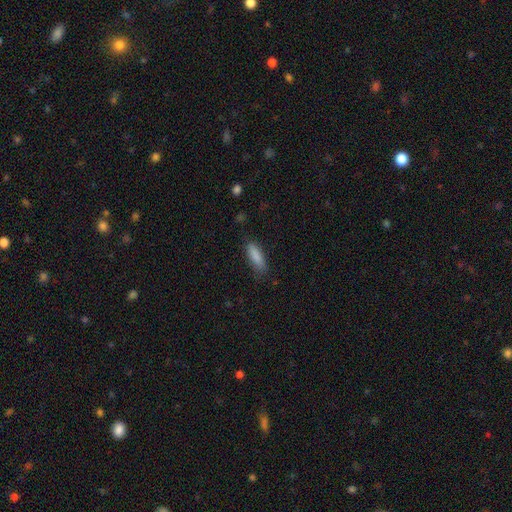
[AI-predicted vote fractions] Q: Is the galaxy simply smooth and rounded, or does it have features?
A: smooth — 87%.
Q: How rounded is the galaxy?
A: in between — 50%.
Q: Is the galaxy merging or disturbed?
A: none — 78%.